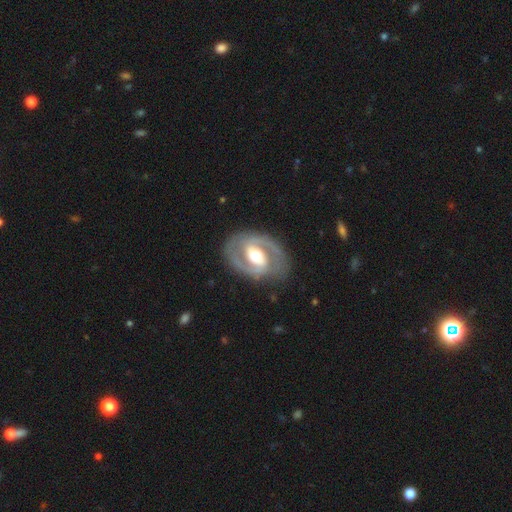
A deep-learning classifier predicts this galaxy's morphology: This appears to be a featured or disk galaxy (85%) with a weak bar (41%), 2 (89%) medium (49%) spiral arms (87%) and a moderate central bulge (68%). Merging: none (82%).